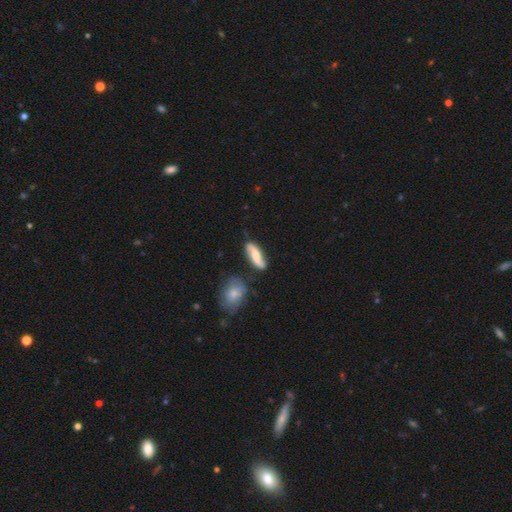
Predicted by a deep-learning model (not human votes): A featured or disk galaxy (53%).

Vote fractions:
- Smooth or featured? featured or disk: 53% / smooth: 40% / star or artifact: 7%
- Edge-on disk? no: 84% / yes: 16%
- Merging? none: 67% / minor disturbance: 21% / merger: 6% / major disturbance: 6%